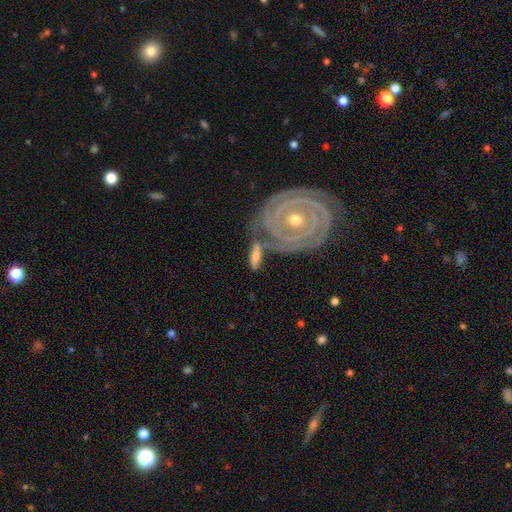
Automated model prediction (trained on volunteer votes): smooth-or-featured: featured or disk: 52% | smooth: 43% | star or artifact: 6%
  disk-edge-on: no: 78% | yes: 22%
  merging: none: 55% | merger: 20% | minor disturbance: 18% | major disturbance: 7%